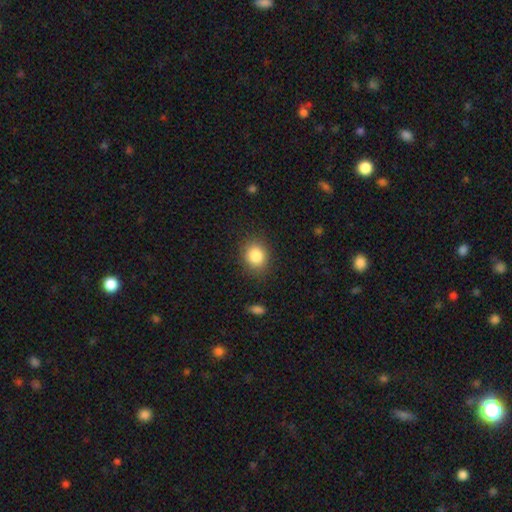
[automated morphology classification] Smooth or featured? smooth (85%)
How rounded? round (68%)
Merging? none (85%)